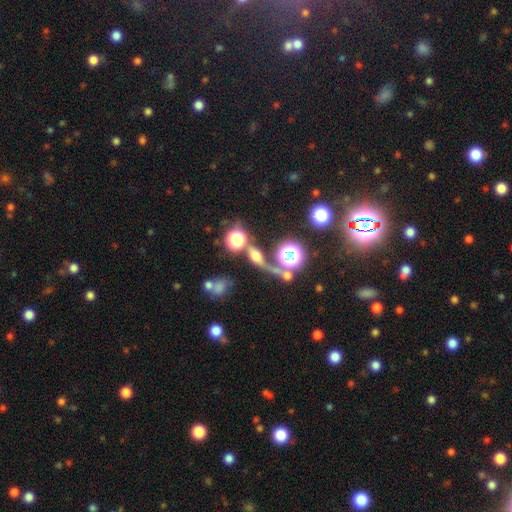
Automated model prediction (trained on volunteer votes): Smooth or featured? smooth (39%)
Merging? none (37%)